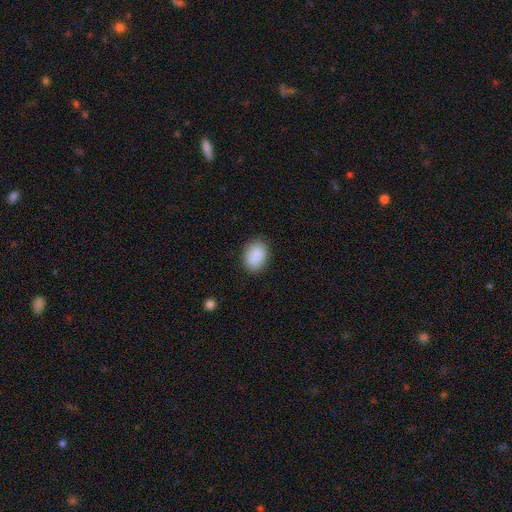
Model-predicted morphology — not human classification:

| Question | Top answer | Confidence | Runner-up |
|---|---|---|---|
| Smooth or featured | smooth | 89% | star or artifact (7%) |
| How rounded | in between | 73% | round (26%) |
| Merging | none | 86% | minor disturbance (11%) |